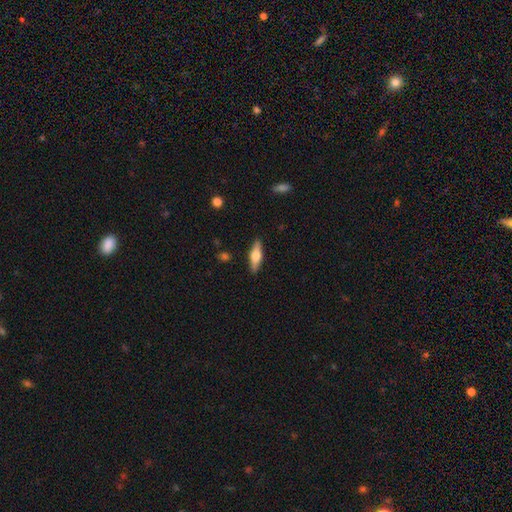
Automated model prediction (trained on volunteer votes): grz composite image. It shows a smooth galaxy with no disk features (49%). Merging: none (88%).